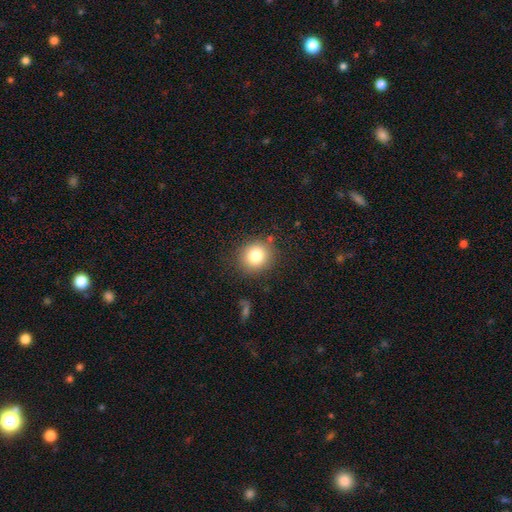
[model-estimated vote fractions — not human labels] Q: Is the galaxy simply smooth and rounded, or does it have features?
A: smooth — 81%.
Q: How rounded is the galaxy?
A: round — 81%.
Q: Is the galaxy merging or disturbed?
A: none — 84%.